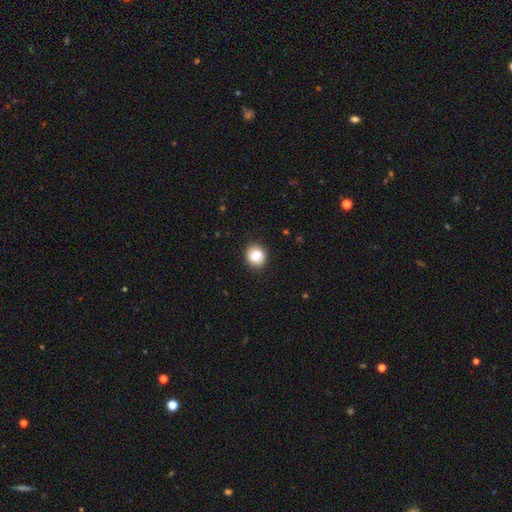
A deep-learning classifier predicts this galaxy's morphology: A smooth galaxy with no disk features (78%) that is round (81%).

Vote fractions:
- Smooth or featured? smooth: 78% / featured or disk: 12% / star or artifact: 9%
- How rounded? round: 81% / in between: 18% / cigar-shaped: 1%
- Merging? none: 90% / minor disturbance: 7% / major disturbance: 2% / merger: 1%